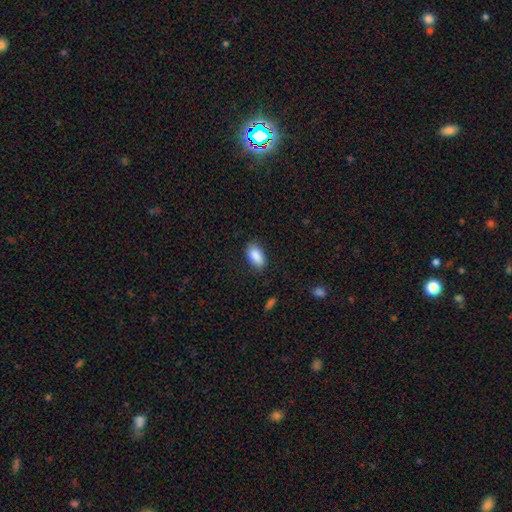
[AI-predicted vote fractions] Overall: smooth (89%). How rounded: in between (92%). Merging: none (83%).